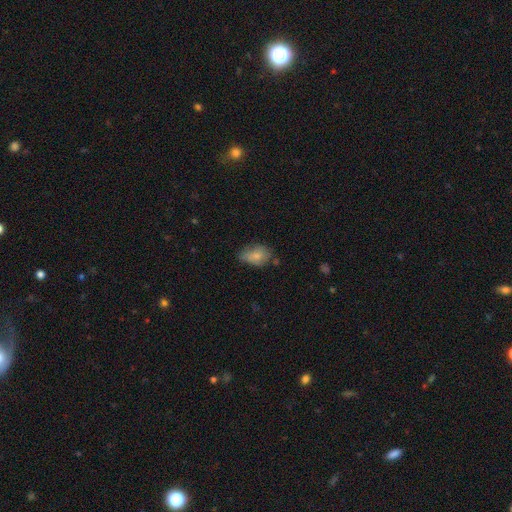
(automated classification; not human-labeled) Smooth or featured: smooth — 76% (featured or disk — 15%)
How rounded: in between — 84% (round — 14%)
Merging: none — 47% (minor disturbance — 37%)